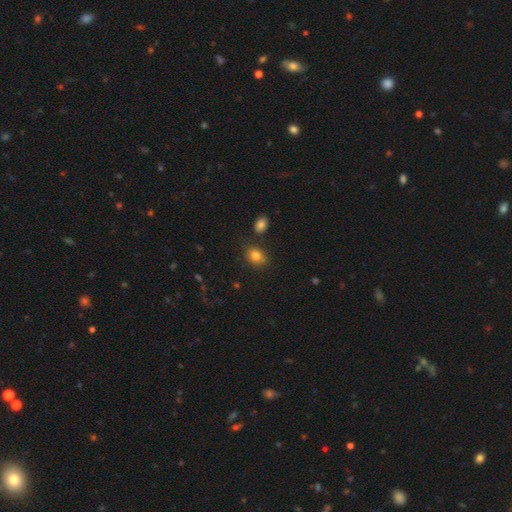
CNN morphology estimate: A smooth galaxy with no disk features (81%) that is in between round and cigar-shaped (59%).

Vote fractions:
- Smooth or featured? smooth: 81% / star or artifact: 11% / featured or disk: 8%
- How rounded? in between: 59% / round: 40% / cigar-shaped: 1%
- Merging? none: 76% / minor disturbance: 14% / merger: 6% / major disturbance: 3%